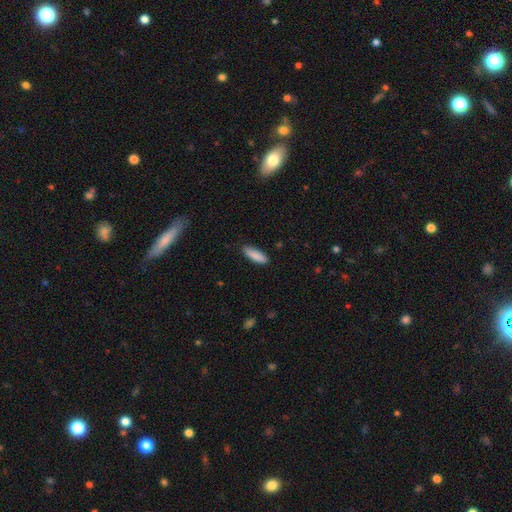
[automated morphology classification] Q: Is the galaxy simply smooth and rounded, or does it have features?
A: smooth — 88%.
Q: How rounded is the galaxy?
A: cigar-shaped — 50%.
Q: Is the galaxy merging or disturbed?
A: none — 85%.